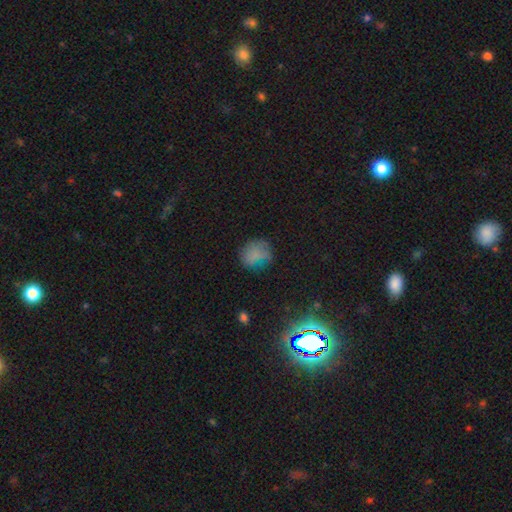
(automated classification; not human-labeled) This is likely a smooth galaxy (72%). How rounded: likely round (72%). Merging: likely none (60%).